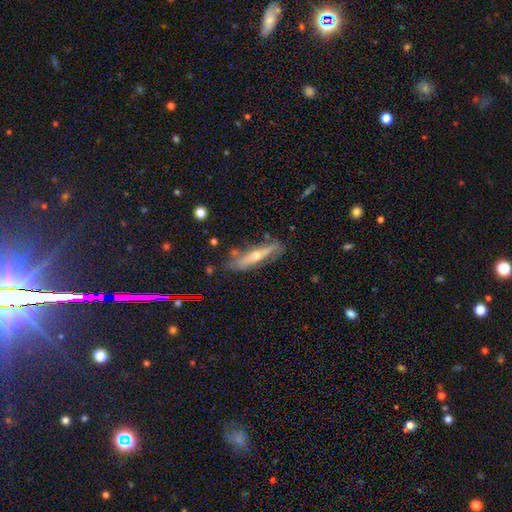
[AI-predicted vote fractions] This appears to be a featured or disk galaxy (63%) viewed edge-on (81%) with a rounded central bulge (88%). Merging: none (73%).